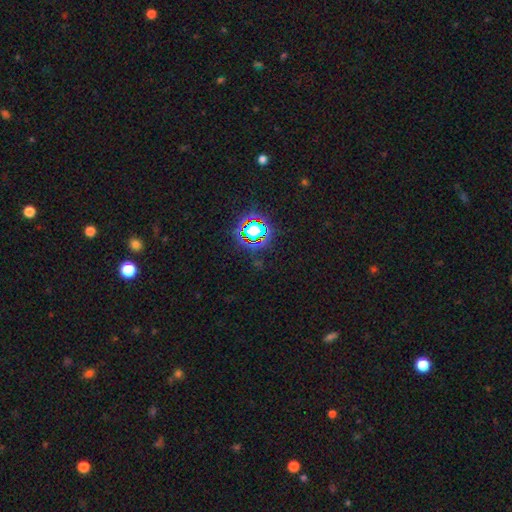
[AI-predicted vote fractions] Smooth or featured: star or artifact — 80% (smooth — 12%)